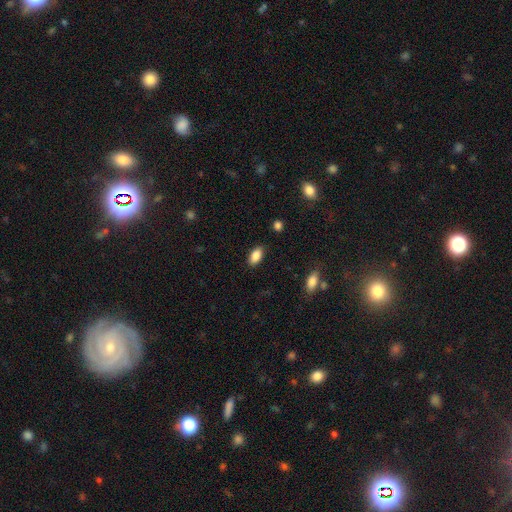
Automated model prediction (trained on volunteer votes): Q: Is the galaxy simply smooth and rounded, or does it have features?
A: smooth — 87%.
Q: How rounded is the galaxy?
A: in between — 92%.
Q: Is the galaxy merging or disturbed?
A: none — 87%.